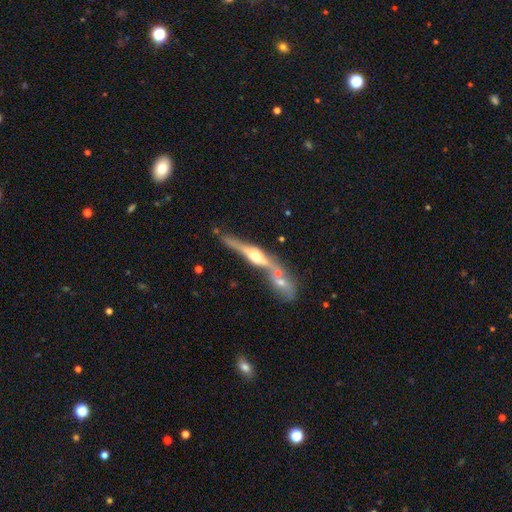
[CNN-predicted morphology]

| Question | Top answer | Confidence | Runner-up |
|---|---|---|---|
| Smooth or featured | featured or disk | 76% | smooth (18%) |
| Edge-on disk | yes | 94% | no (6%) |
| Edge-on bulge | rounded | 92% | boxy (6%) |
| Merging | none | 50% | merger (36%) |